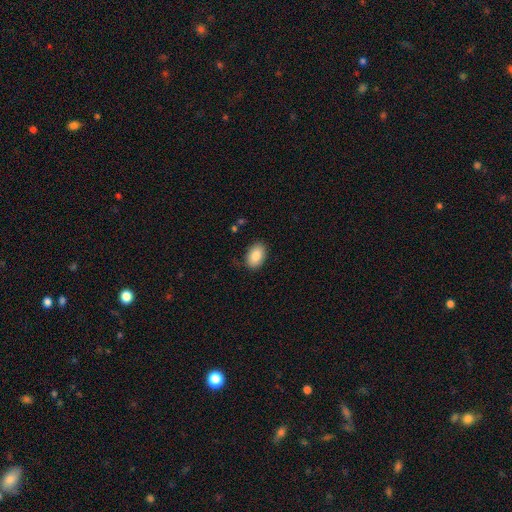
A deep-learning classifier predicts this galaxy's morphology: Overall: smooth (87%). How rounded: in between (89%). Merging: none (86%).